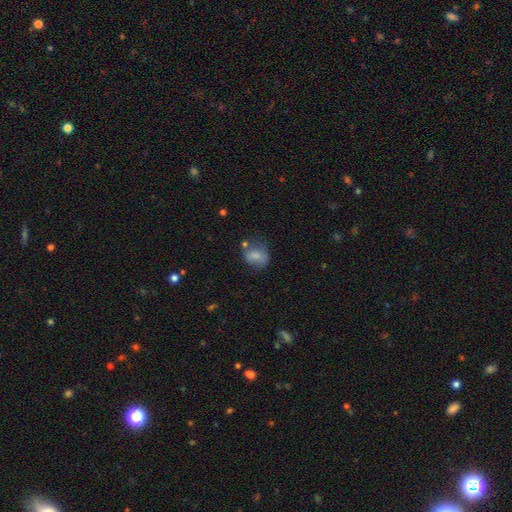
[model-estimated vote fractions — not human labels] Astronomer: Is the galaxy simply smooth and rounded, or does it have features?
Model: smooth — 72%.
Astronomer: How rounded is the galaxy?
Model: in between — 54% (runner-up: round, 45%).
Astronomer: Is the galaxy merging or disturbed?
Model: none — 48% (runner-up: minor disturbance, 29%).